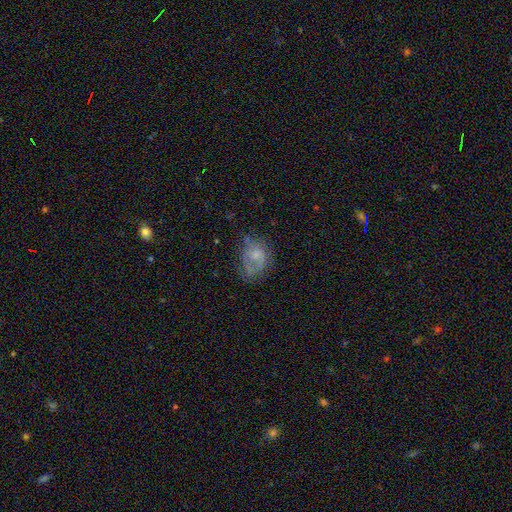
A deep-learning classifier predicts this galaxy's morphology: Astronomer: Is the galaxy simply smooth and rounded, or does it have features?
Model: smooth — 51% (runner-up: featured or disk, 39%).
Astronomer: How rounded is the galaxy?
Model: in between — 53% (runner-up: round, 46%).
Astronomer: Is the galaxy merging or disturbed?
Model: none — 43% (runner-up: minor disturbance, 28%).